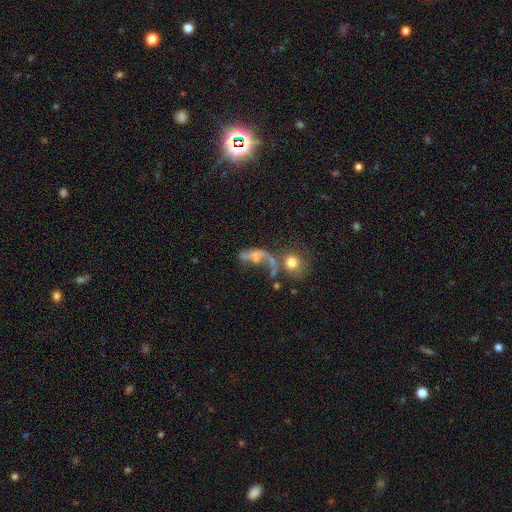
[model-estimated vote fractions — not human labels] Smooth or featured: featured or disk — 48% (smooth — 37%)
Merging: merger — 34% (major disturbance — 32%)